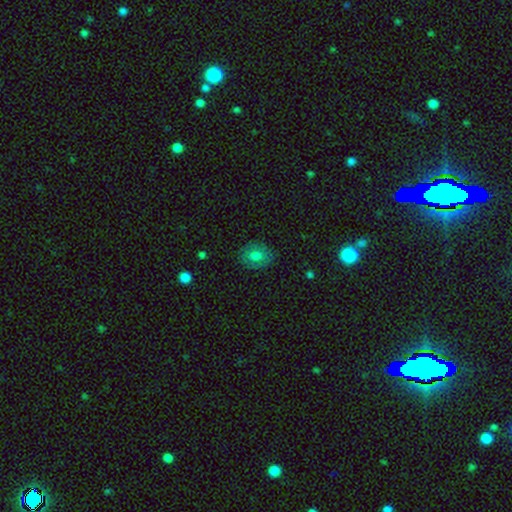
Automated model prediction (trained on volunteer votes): The model was most divided on "how rounded": in between: 57%, round: 42%, cigar-shaped: 1%. More confident: merging — none (82%); smooth or featured — smooth (68%).